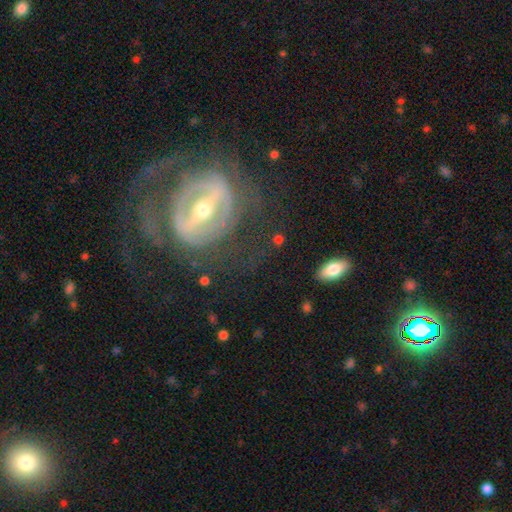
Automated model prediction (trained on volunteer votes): Smooth or featured? featured or disk (84%)
Edge-on disk? no (90%)
Bar? strong (73%)
Spiral arms? yes (67%)
Spiral winding? tight (49%)
Spiral arm count? 2 (45%)
Bulge size? moderate (50%)
Merging? none (58%)